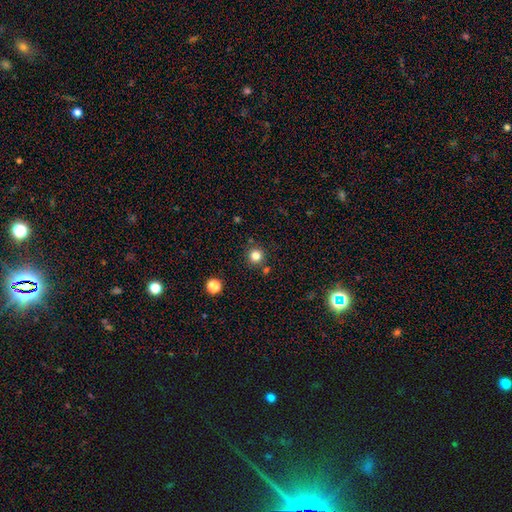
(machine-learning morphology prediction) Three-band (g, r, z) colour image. It shows a smooth galaxy with no disk features (82%) that is round (95%). Merging: none (87%).